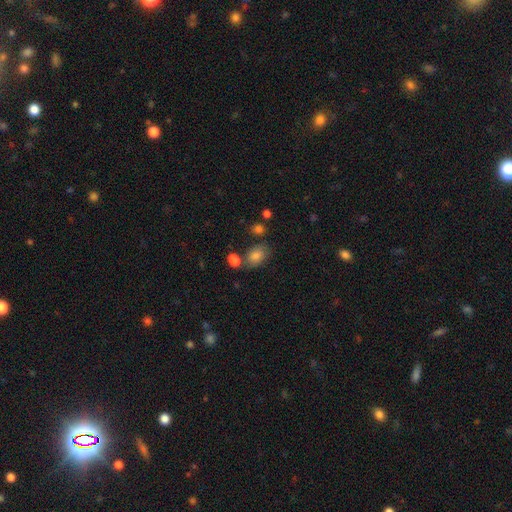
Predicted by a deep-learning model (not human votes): Smooth or featured? smooth (77%)
How rounded? in between (82%)
Merging? none (61%)